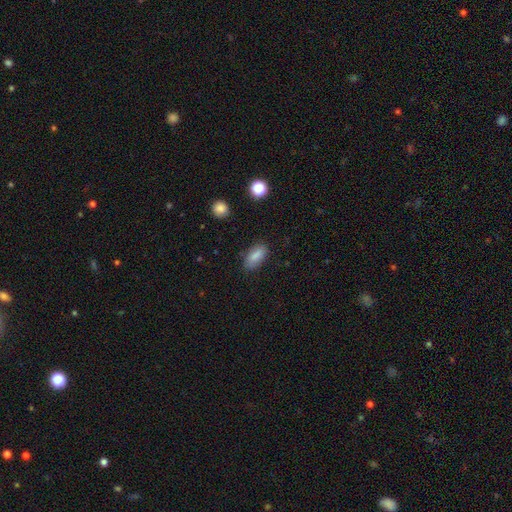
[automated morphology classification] Overall: smooth (85%). How rounded: in between (85%). Merging: none (80%).